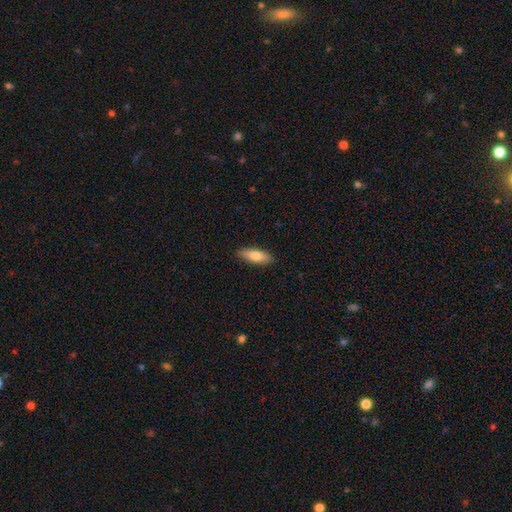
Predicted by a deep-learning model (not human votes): Smooth or featured? smooth (78%)
How rounded? in between (63%)
Merging? none (87%)